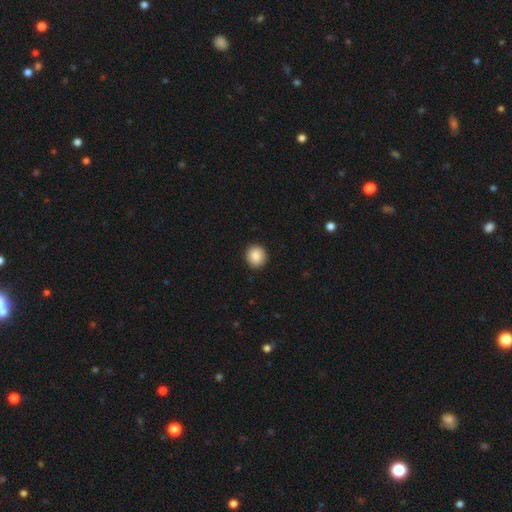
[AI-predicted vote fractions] A smooth galaxy with no disk features (87%) that is round (88%). Merging: none (91%).